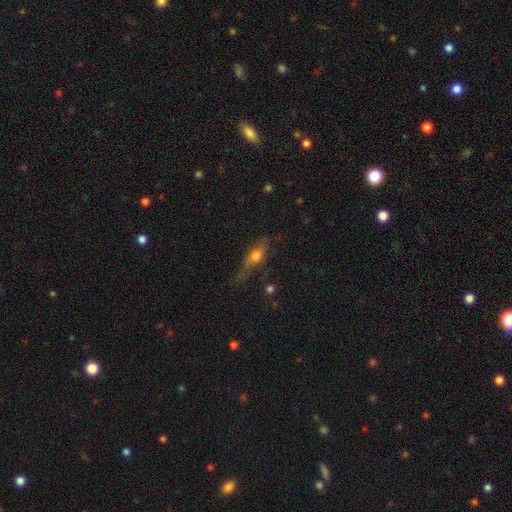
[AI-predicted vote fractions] This is possibly a smooth galaxy (54%). How rounded: possibly in between (54%). Merging: possibly none (50%).